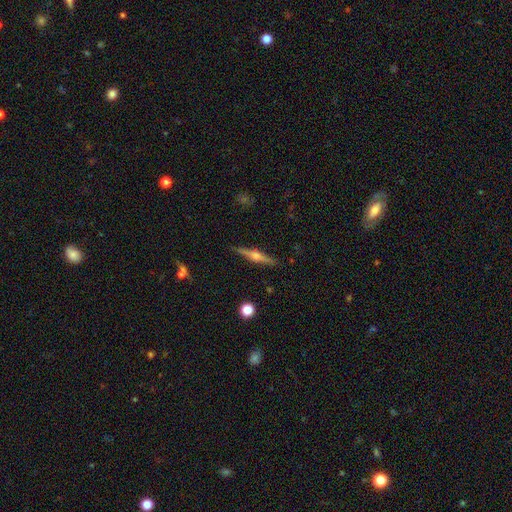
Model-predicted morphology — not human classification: A featured or disk galaxy (77%) viewed edge-on (98%) with a rounded central bulge (91%).

Vote fractions:
- Smooth or featured? featured or disk: 77% / smooth: 16% / star or artifact: 7%
- Edge-on disk? yes: 98% / no: 2%
- Edge-on bulge? rounded: 91% / boxy: 6% / none: 3%
- Merging? none: 90% / minor disturbance: 7% / major disturbance: 2% / merger: 1%